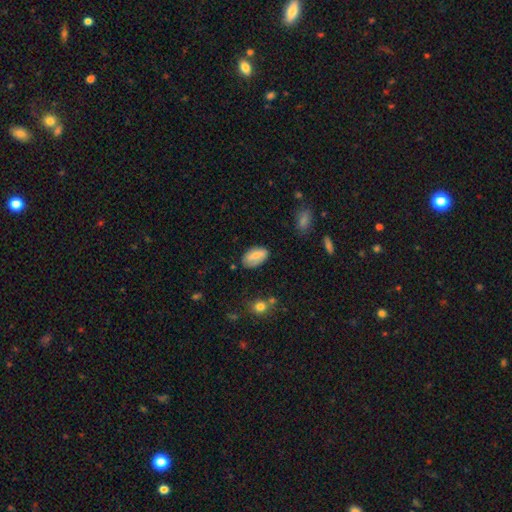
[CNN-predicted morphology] Q: Smooth or featured?
A: smooth (72%); runner-up: featured or disk (21%)
Q: How rounded?
A: in between (93%); runner-up: round (4%)
Q: Merging?
A: none (75%); runner-up: minor disturbance (19%)